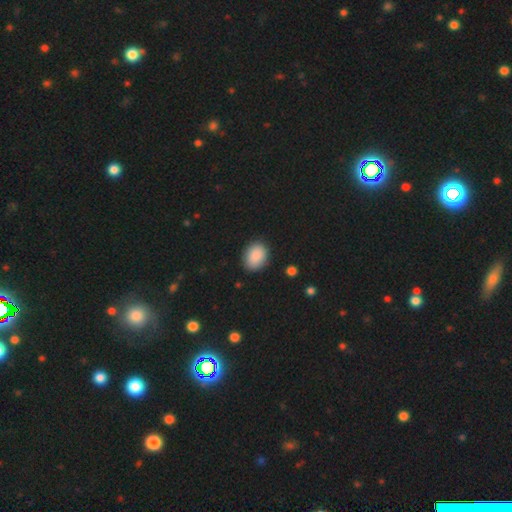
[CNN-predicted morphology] Smooth or featured? smooth (89%)
How rounded? in between (63%)
Merging? none (87%)